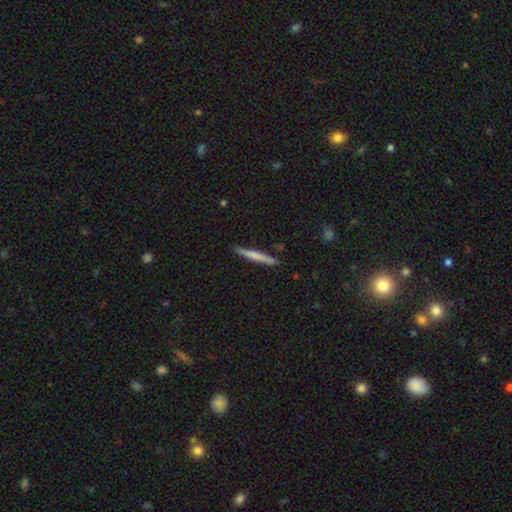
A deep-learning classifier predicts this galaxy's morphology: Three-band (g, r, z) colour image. It shows a smooth galaxy with no disk features (61%) that is cigar-shaped (96%). Merging: none (88%).